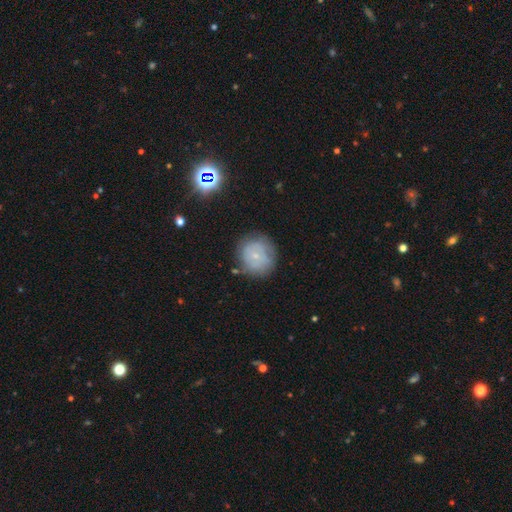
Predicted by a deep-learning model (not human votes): Morphology: type=smooth (56%); roundness=round (87%); merging=none (72%).